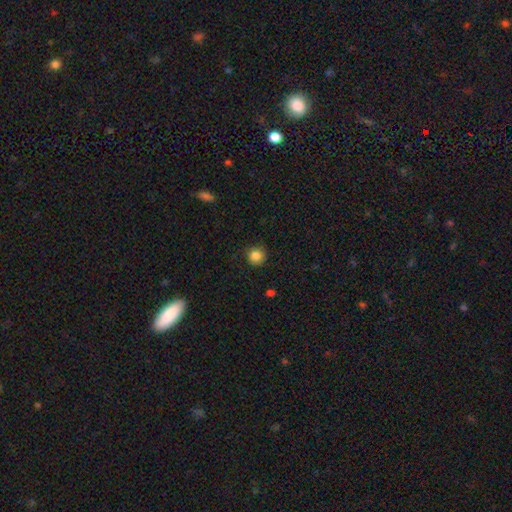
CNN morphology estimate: A smooth galaxy with no disk features (85%) that is round (92%). Merging: none (84%).